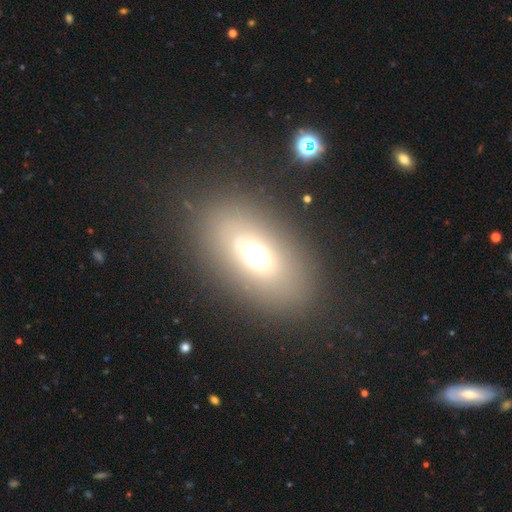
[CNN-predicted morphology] A smooth galaxy with no disk features (57%) that is in between round and cigar-shaped (81%).

Vote fractions:
- Smooth or featured? smooth: 57% / featured or disk: 25% / star or artifact: 18%
- How rounded? in between: 81% / round: 15% / cigar-shaped: 3%
- Merging? none: 84% / minor disturbance: 9% / major disturbance: 6% / merger: 2%